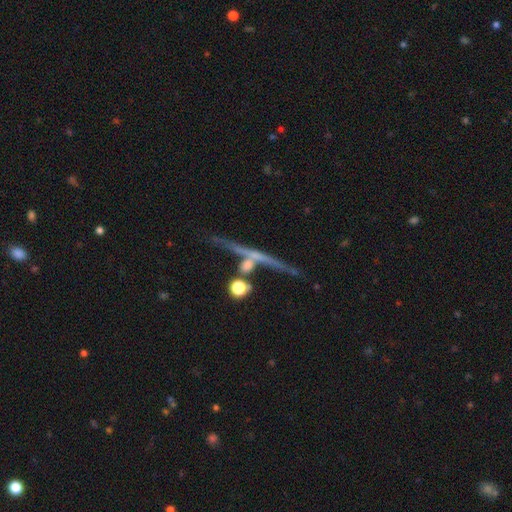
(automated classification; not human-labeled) A featured or disk galaxy (64%) viewed edge-on (91%) with no central bulge (58%). Merging: none (72%).